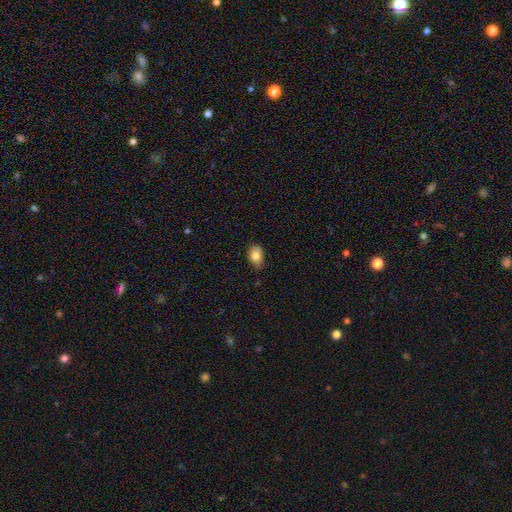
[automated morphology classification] Smooth or featured?
  - smooth: 82% *
  - featured or disk: 10%
  - star or artifact: 8%
How rounded?
  - in between: 85% *
  - round: 13%
  - cigar-shaped: 2%
Merging?
  - none: 75% *
  - minor disturbance: 20%
  - major disturbance: 3%
  - merger: 1%